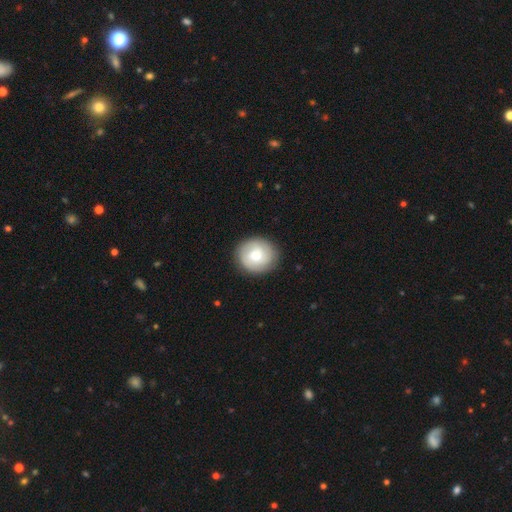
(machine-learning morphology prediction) This is likely a smooth galaxy (63%). How rounded: clearly round (85%). Merging: clearly none (87%).